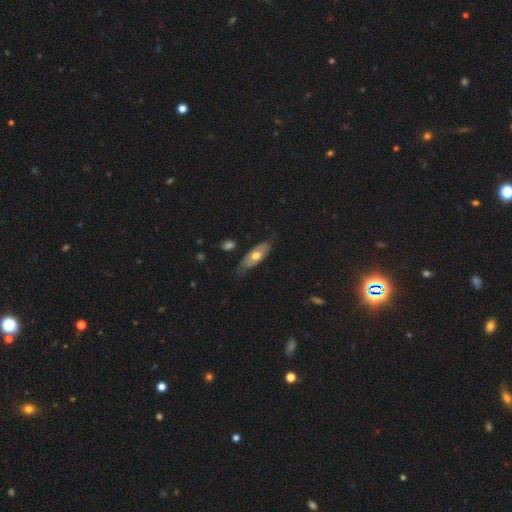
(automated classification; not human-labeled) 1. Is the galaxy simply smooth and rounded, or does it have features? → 53% smooth, 42% featured or disk, 5% star or artifact.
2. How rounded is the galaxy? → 75% in between, 22% cigar-shaped, 3% round.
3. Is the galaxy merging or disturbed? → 68% none, 25% minor disturbance, 5% major disturbance, 2% merger.